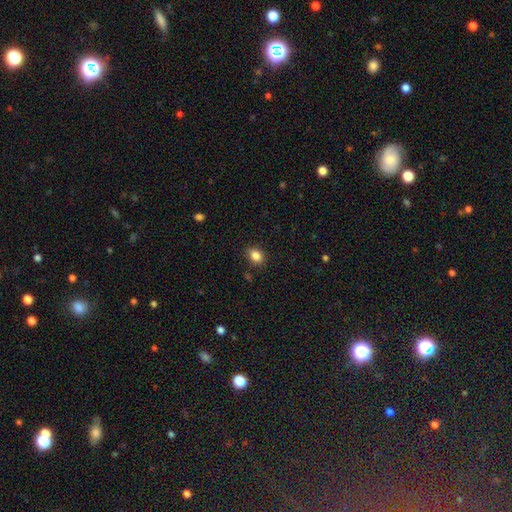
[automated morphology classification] smooth_or_featured: smooth (p=0.85) [alt: star or artifact p=0.10]
how_rounded: in between (p=0.60) [alt: round p=0.39]
merging: none (p=0.87) [alt: minor disturbance p=0.09]